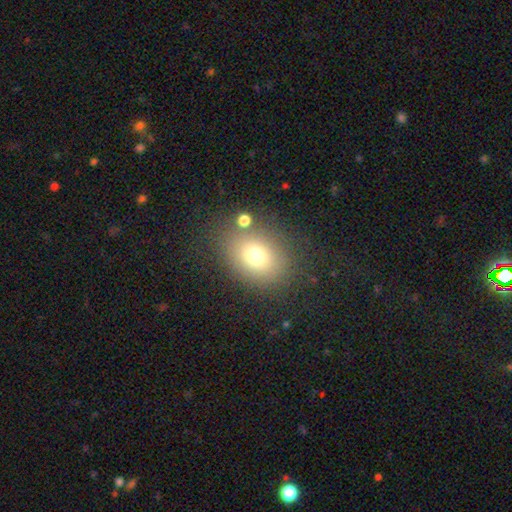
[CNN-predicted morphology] The model was most divided on "how rounded": in between: 60%, round: 39%, cigar-shaped: 1%. More confident: merging — none (77%); smooth or featured — smooth (73%).